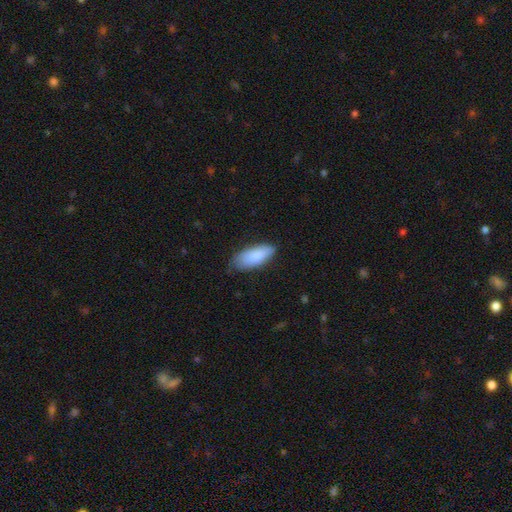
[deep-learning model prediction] smooth-or-featured: smooth: 86% | featured or disk: 8% | star or artifact: 6%
  how-rounded: in between: 85% | cigar-shaped: 14% | round: 2%
  merging: none: 67% | minor disturbance: 28% | major disturbance: 4% | merger: 1%